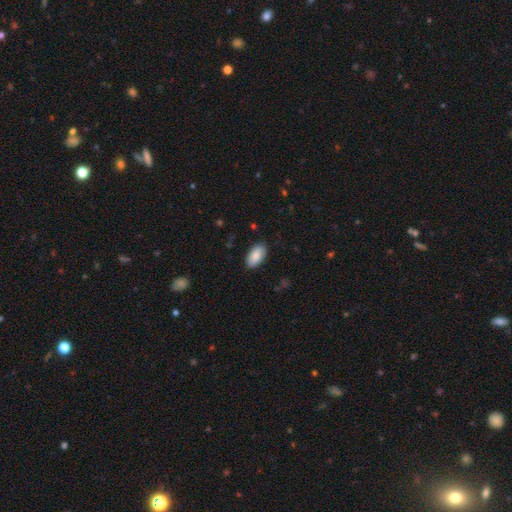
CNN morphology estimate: The model was most divided on "merging": none: 87%, minor disturbance: 10%, major disturbance: 2%, merger: 1%. More confident: how rounded — in between (95%); smooth or featured — smooth (87%).